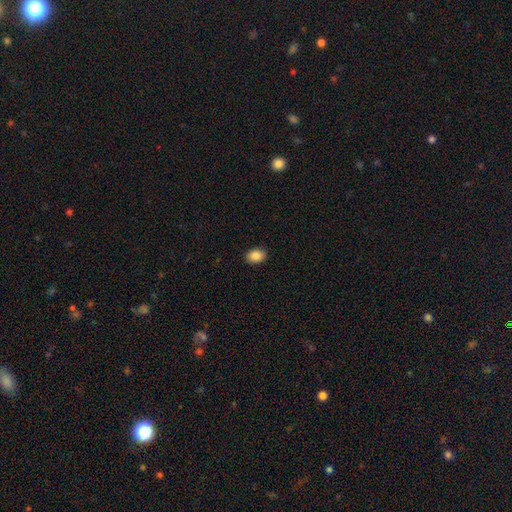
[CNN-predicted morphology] Smooth or featured? smooth (87%)
How rounded? in between (75%)
Merging? none (90%)